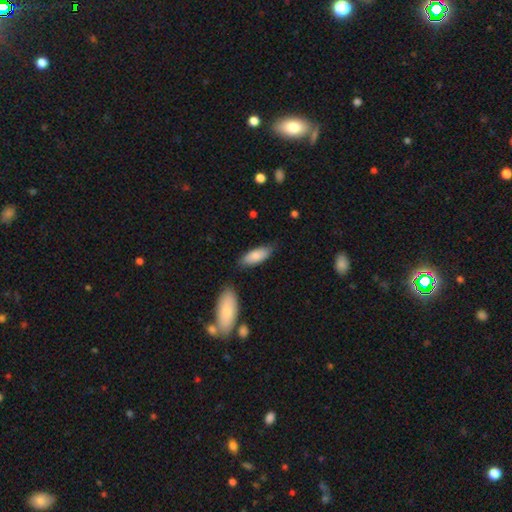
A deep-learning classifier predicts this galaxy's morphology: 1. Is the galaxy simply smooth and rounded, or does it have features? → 82% smooth, 12% featured or disk, 6% star or artifact.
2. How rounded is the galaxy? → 77% in between, 21% cigar-shaped, 2% round.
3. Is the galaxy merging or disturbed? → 72% none, 20% minor disturbance, 5% merger, 4% major disturbance.